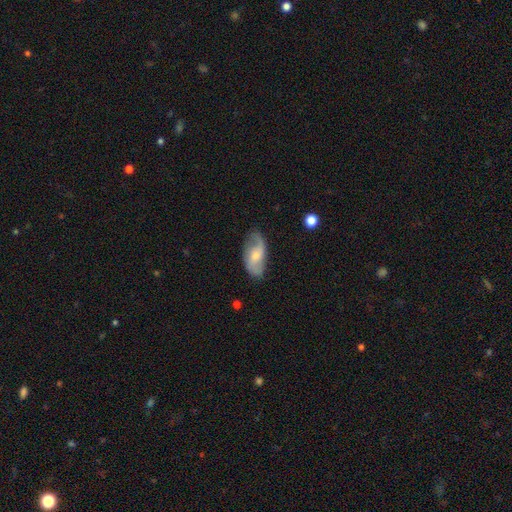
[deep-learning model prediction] A featured or disk galaxy (65%) with no bar (52%), 2 (82%) loose (57%) spiral arms (89%) and a small central bulge (49%).

Vote fractions:
- Smooth or featured? featured or disk: 65% / smooth: 29% / star or artifact: 6%
- Edge-on disk? no: 95% / yes: 5%
- Bar? no: 52% / weak: 40% / strong: 9%
- Spiral arms? yes: 89% / no: 11%
- Spiral winding? loose: 57% / medium: 32% / tight: 11%
- Spiral arm count? 2: 82% / can't tell: 8% / 1: 7% / 3: 1% / 4: 1% / more than 4: 1%
- Bulge size? small: 49% / moderate: 43% / none: 4% / large: 3% / dominant: 1%
- Merging? none: 68% / minor disturbance: 22% / major disturbance: 8% / merger: 2%